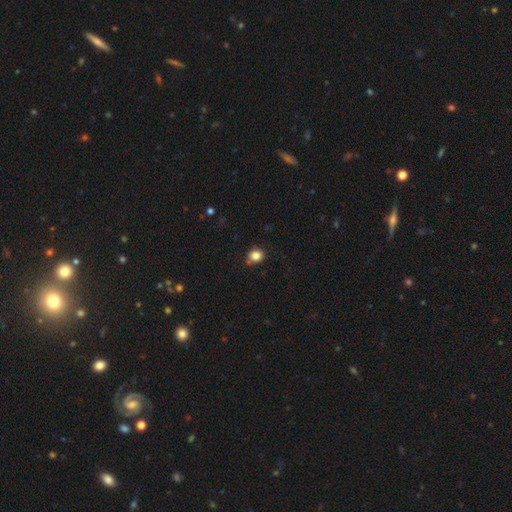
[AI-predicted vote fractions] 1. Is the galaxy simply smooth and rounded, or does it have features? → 83% smooth, 11% star or artifact, 5% featured or disk.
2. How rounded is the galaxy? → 69% round, 30% in between, 1% cigar-shaped.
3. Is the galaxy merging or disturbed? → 72% none, 20% minor disturbance, 4% merger, 4% major disturbance.